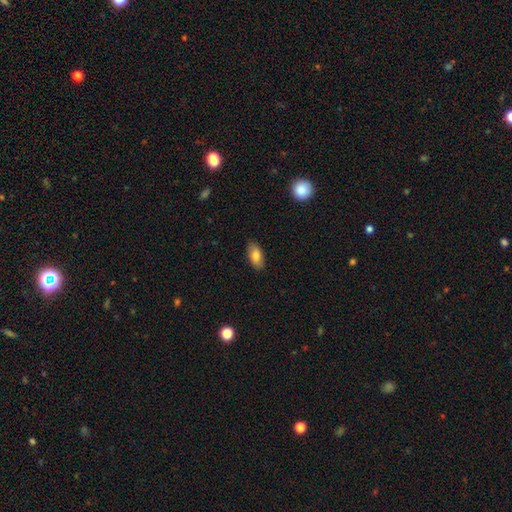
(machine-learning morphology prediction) type=smooth (80%); roundness=in between (90%); merging=none (87%).